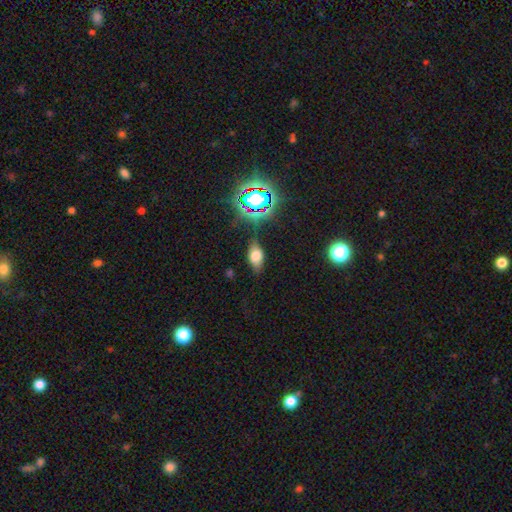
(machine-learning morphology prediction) Smooth or featured?
  - smooth: 62% *
  - featured or disk: 21%
  - star or artifact: 17%
How rounded?
  - in between: 85% *
  - round: 9%
  - cigar-shaped: 6%
Merging?
  - none: 74% *
  - minor disturbance: 19%
  - major disturbance: 5%
  - merger: 3%